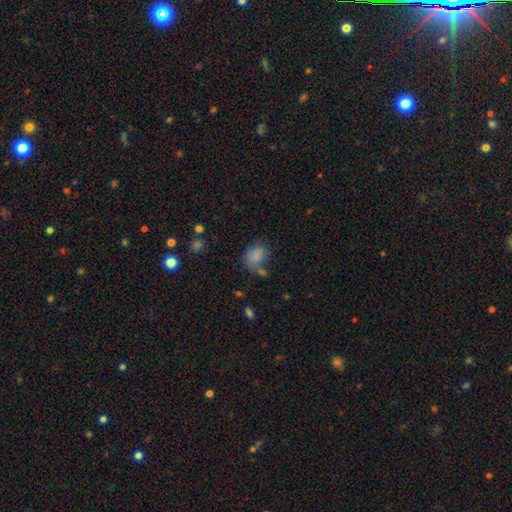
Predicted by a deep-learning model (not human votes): Morphology: type=smooth (80%); roundness=in between (65%); merging=none (51%).